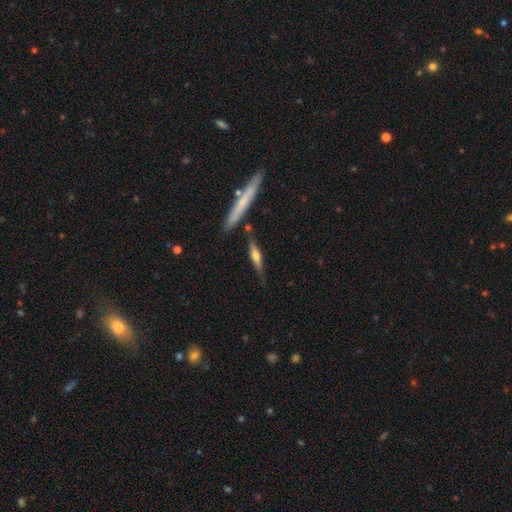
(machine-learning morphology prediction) Smooth or featured? Predicted: smooth (p=0.49). Merging? Predicted: none (p=0.75).